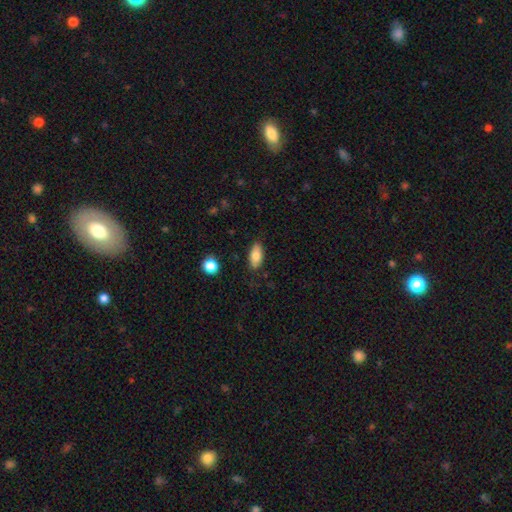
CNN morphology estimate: Smooth or featured?
  - smooth: 82% *
  - featured or disk: 10%
  - star or artifact: 7%
How rounded?
  - in between: 88% *
  - cigar-shaped: 9%
  - round: 3%
Merging?
  - none: 85% *
  - minor disturbance: 11%
  - major disturbance: 2%
  - merger: 1%